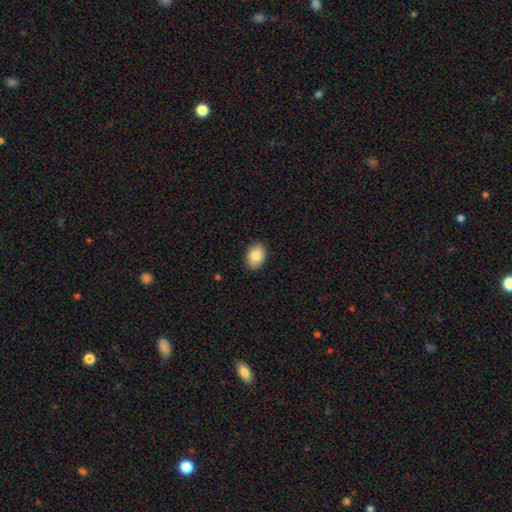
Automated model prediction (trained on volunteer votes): Q: Smooth or featured?
A: smooth (86%); runner-up: star or artifact (7%)
Q: How rounded?
A: in between (78%); runner-up: round (21%)
Q: Merging?
A: none (89%); runner-up: minor disturbance (8%)